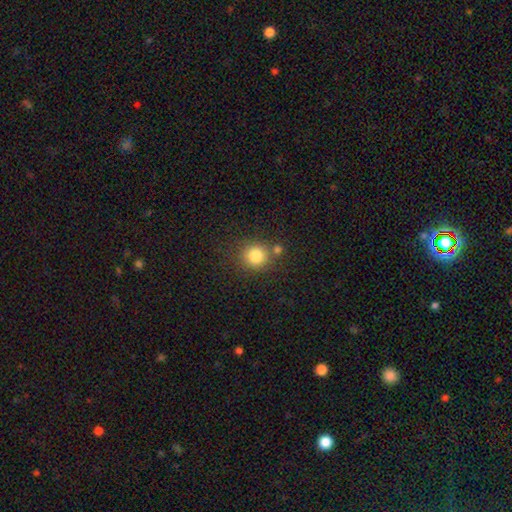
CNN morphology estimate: smooth-or-featured: smooth: 82% | star or artifact: 11% | featured or disk: 7%
  how-rounded: round: 86% | in between: 13% | cigar-shaped: 1%
  merging: none: 70% | merger: 15% | minor disturbance: 11% | major disturbance: 4%